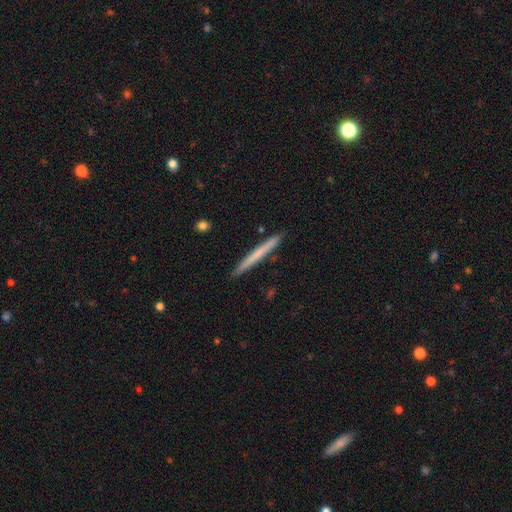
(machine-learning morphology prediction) The model was most divided on "smooth or featured": smooth: 60%, featured or disk: 34%, star or artifact: 5%. More confident: how rounded — cigar-shaped (97%); merging — none (91%).